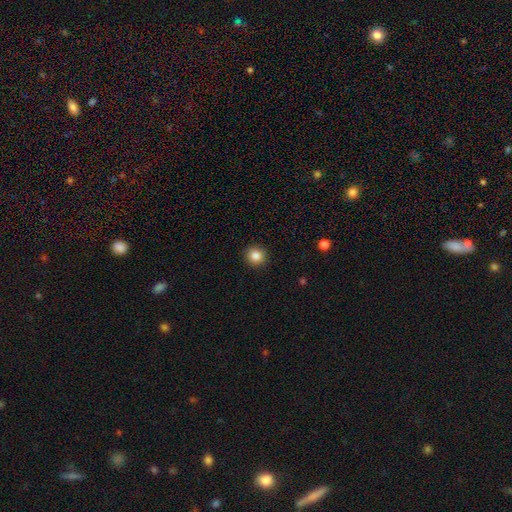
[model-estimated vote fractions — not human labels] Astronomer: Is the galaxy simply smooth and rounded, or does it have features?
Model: smooth — 85%.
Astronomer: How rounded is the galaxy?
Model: round — 92%.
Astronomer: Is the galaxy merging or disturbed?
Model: none — 92%.